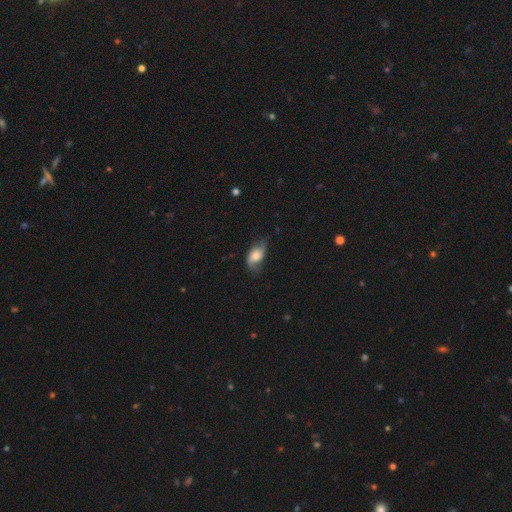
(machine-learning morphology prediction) Q: Smooth or featured?
A: featured or disk (50%); runner-up: smooth (42%)
Q: Merging?
A: none (62%); runner-up: minor disturbance (26%)